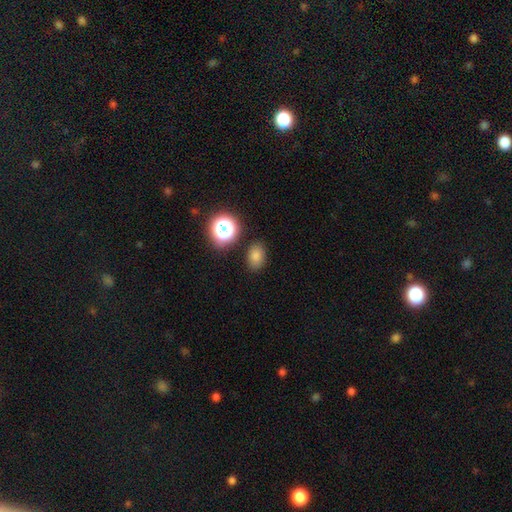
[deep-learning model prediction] Smooth or featured: smooth — 74% (star or artifact — 19%)
How rounded: in between — 70% (round — 28%)
Merging: none — 84% (minor disturbance — 10%)